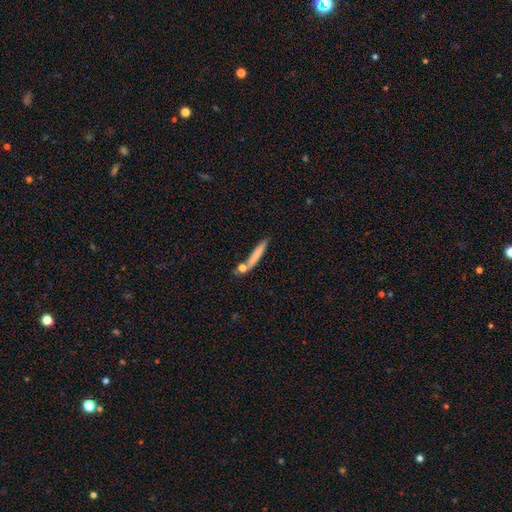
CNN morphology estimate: Q: Smooth or featured?
A: smooth (72%); runner-up: featured or disk (21%)
Q: How rounded?
A: cigar-shaped (92%); runner-up: in between (5%)
Q: Merging?
A: none (71%); runner-up: merger (13%)